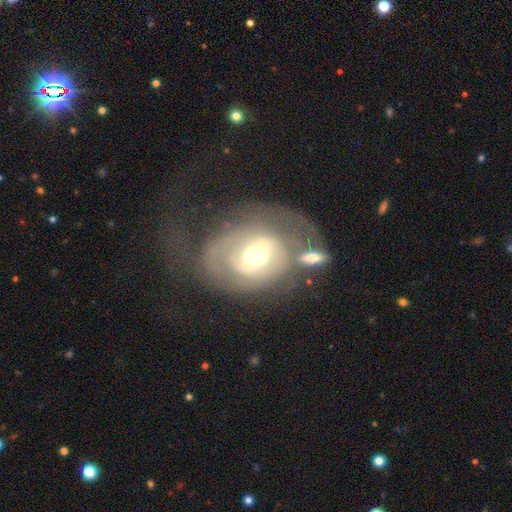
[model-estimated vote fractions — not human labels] Smooth or featured: featured or disk — 67% (smooth — 27%)
Edge-on disk: no — 95% (yes — 5%)
Bar: no — 41% (weak — 39%)
Spiral arms: yes — 61% (no — 39%)
Bulge size: moderate — 66% (large — 19%)
Merging: none — 32% (merger — 26%)